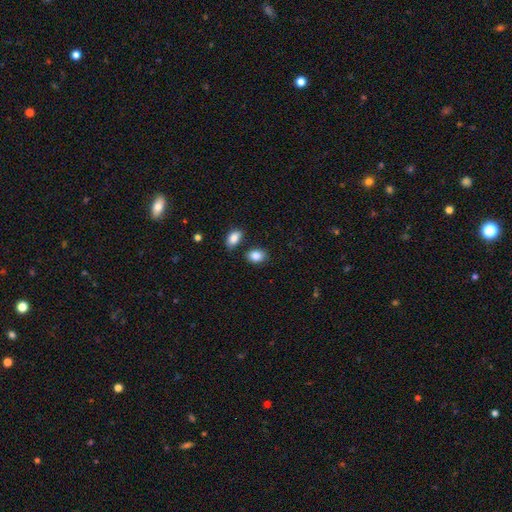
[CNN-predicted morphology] Smooth or featured: smooth — 87% (star or artifact — 8%)
How rounded: in between — 74% (round — 24%)
Merging: none — 75% (minor disturbance — 13%)